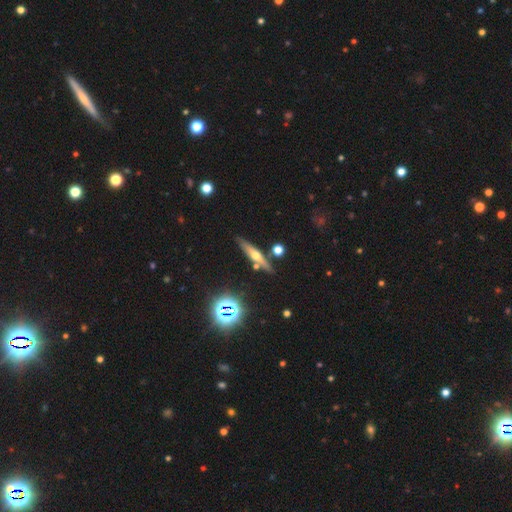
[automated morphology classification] smooth_or_featured: featured or disk (p=0.57) [alt: smooth p=0.30]
disk_edge_on: yes (p=0.93) [alt: no p=0.07]
edge_on_bulge: rounded (p=0.89) [alt: none p=0.06]
merging: none (p=0.81) [alt: minor disturbance p=0.10]